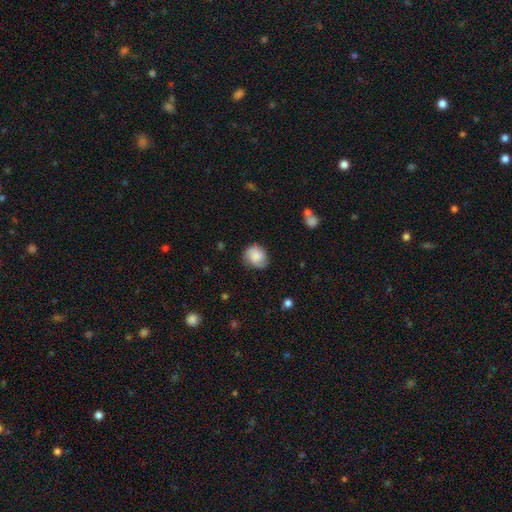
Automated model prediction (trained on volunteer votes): smooth 69%, featured or disk 23%, star or artifact 8%. Down the decision tree: how rounded — round (71%); merging — none (70%).